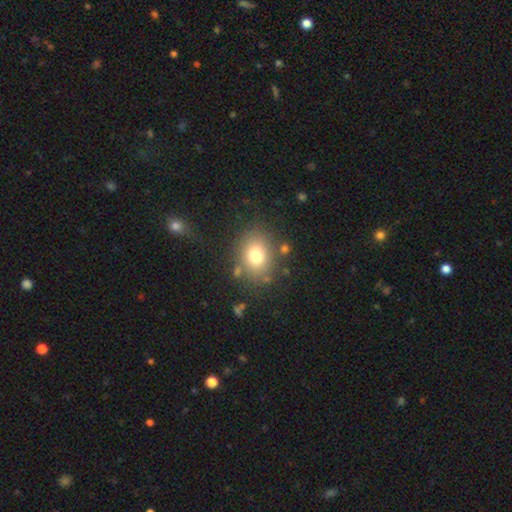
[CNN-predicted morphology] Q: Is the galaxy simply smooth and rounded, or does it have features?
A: smooth — 75%.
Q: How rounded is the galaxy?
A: round — 53%.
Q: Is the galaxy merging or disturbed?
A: none — 80%.